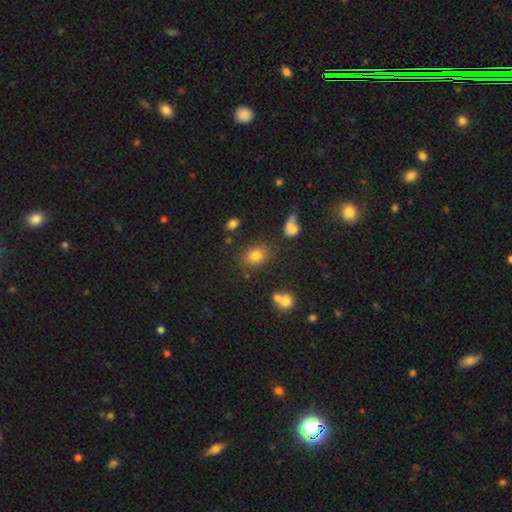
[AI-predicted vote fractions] A smooth galaxy with no disk features (76%) that is in between round and cigar-shaped (61%).

Vote fractions:
- Smooth or featured? smooth: 76% / star or artifact: 14% / featured or disk: 9%
- How rounded? in between: 61% / round: 37% / cigar-shaped: 1%
- Merging? none: 75% / minor disturbance: 13% / merger: 7% / major disturbance: 5%